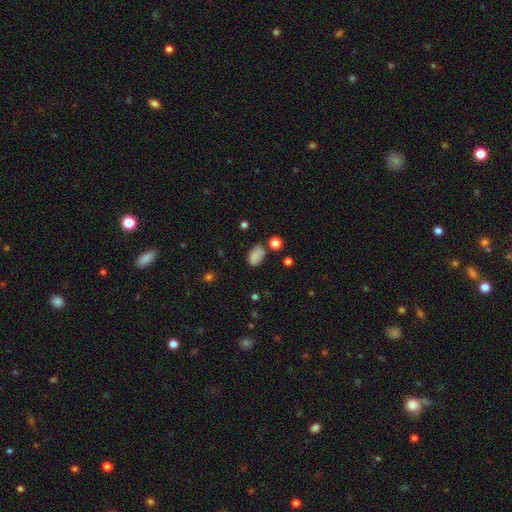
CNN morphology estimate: Smooth or featured?
  - smooth: 83% *
  - star or artifact: 11%
  - featured or disk: 6%
How rounded?
  - in between: 89% *
  - round: 10%
  - cigar-shaped: 1%
Merging?
  - none: 64% *
  - minor disturbance: 23%
  - major disturbance: 7%
  - merger: 6%